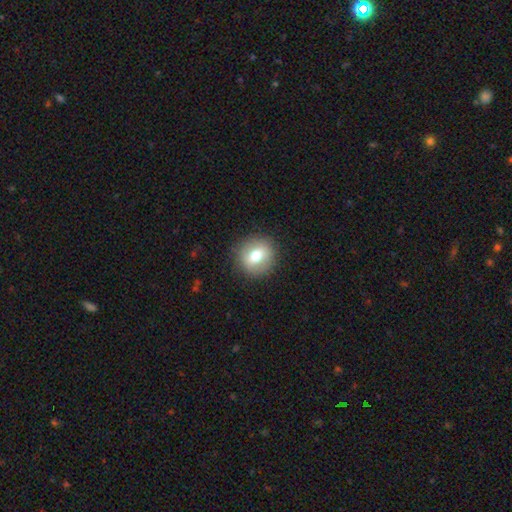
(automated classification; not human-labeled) smooth-or-featured: smooth: 64% | featured or disk: 28% | star or artifact: 9%
  how-rounded: round: 86% | in between: 13% | cigar-shaped: 1%
  merging: none: 89% | minor disturbance: 8% | major disturbance: 3% | merger: 1%